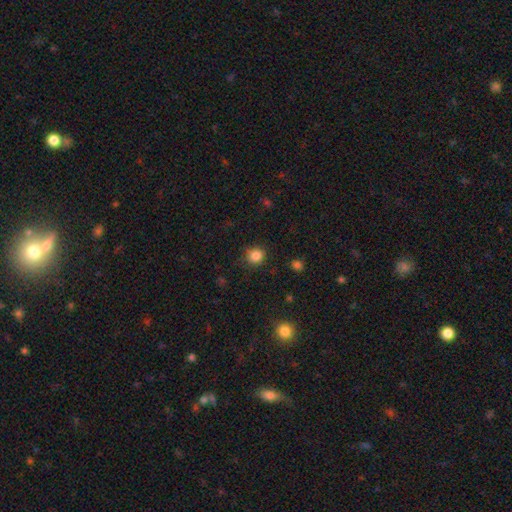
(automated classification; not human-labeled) A smooth galaxy with no disk features (84%) that is round (85%). Merging: none (80%).